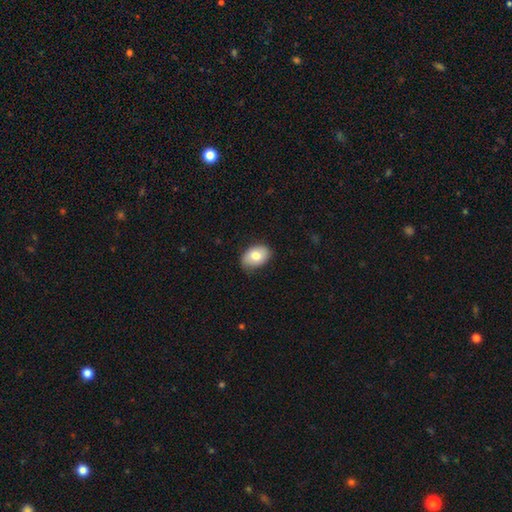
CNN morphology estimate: A smooth galaxy with no disk features (78%) that is in between round and cigar-shaped (83%).

Vote fractions:
- Smooth or featured? smooth: 78% / featured or disk: 16% / star or artifact: 7%
- How rounded? in between: 83% / round: 16% / cigar-shaped: 1%
- Merging? none: 73% / minor disturbance: 22% / major disturbance: 4% / merger: 1%